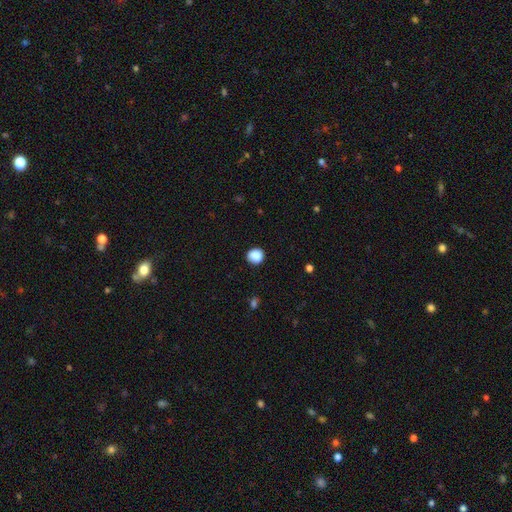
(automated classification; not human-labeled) smooth 87%, star or artifact 9%, featured or disk 4%. Down the decision tree: how rounded — round (82%); merging — none (84%).